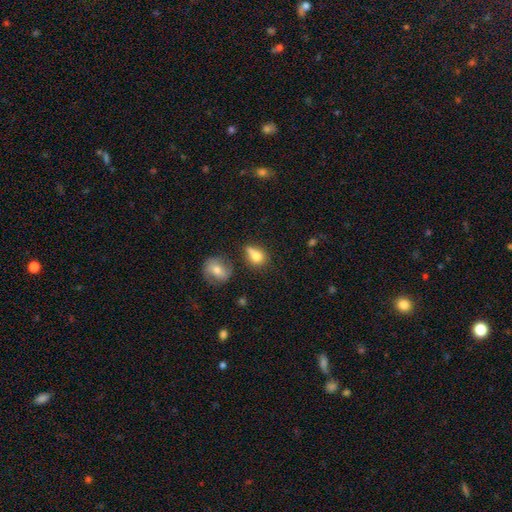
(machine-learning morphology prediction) A smooth galaxy with no disk features (77%) that is in between round and cigar-shaped (60%).

Vote fractions:
- Smooth or featured? smooth: 77% / featured or disk: 12% / star or artifact: 10%
- How rounded? in between: 60% / round: 34% / cigar-shaped: 6%
- Merging? none: 51% / minor disturbance: 24% / merger: 14% / major disturbance: 11%